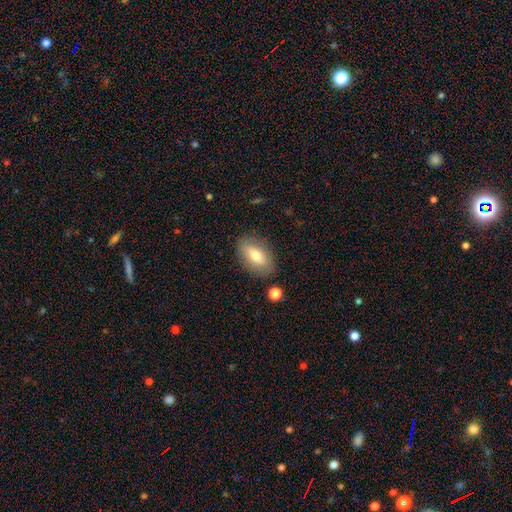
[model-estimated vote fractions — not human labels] Smooth or featured? smooth (71%)
How rounded? in between (90%)
Merging? none (81%)